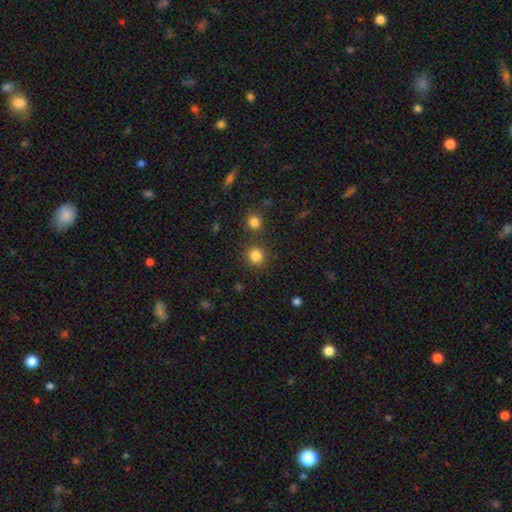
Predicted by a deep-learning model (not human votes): Q: Smooth or featured?
A: smooth (84%); runner-up: star or artifact (12%)
Q: How rounded?
A: round (91%); runner-up: in between (8%)
Q: Merging?
A: none (84%); runner-up: merger (6%)